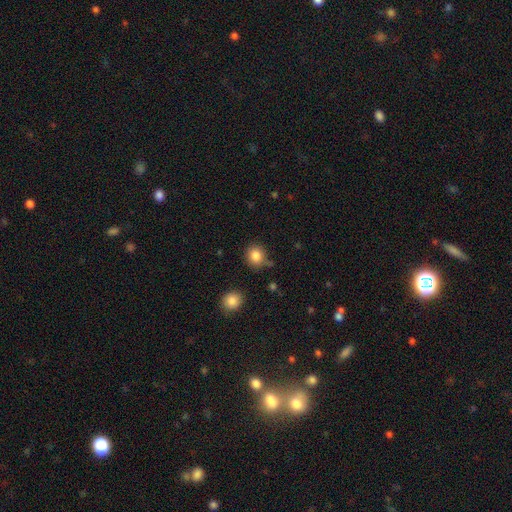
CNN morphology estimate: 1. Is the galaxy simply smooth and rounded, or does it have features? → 85% smooth, 10% star or artifact, 5% featured or disk.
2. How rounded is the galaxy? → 84% round, 16% in between, 1% cigar-shaped.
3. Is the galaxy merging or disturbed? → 79% none, 13% minor disturbance, 5% merger, 3% major disturbance.